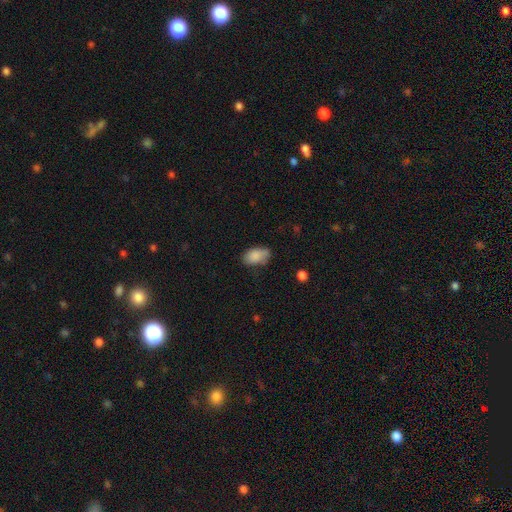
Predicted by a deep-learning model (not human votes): The model was most divided on "merging": none: 69%, minor disturbance: 24%, major disturbance: 5%, merger: 2%. More confident: how rounded — in between (92%); smooth or featured — smooth (86%).